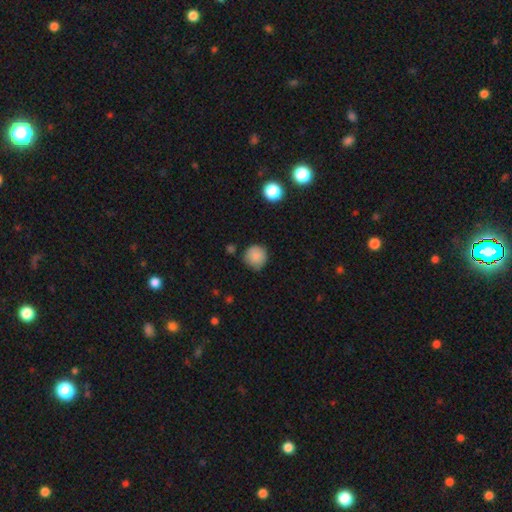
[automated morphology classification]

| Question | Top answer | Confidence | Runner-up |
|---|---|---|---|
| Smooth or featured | smooth | 85% | star or artifact (9%) |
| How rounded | round | 93% | in between (6%) |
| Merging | none | 75% | minor disturbance (19%) |